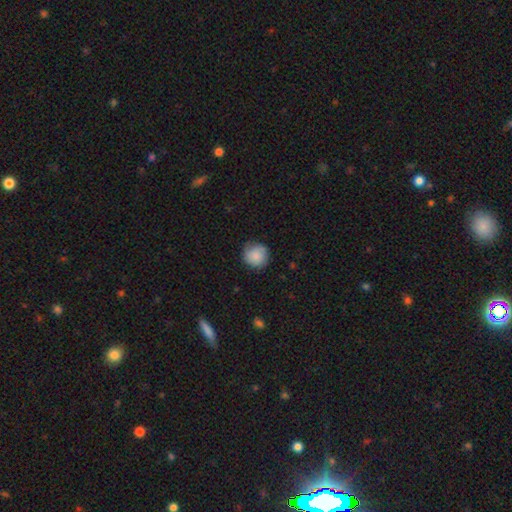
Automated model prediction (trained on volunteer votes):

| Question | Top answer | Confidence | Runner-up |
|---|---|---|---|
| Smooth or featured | smooth | 84% | featured or disk (9%) |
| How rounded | round | 92% | in between (7%) |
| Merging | none | 79% | minor disturbance (17%) |